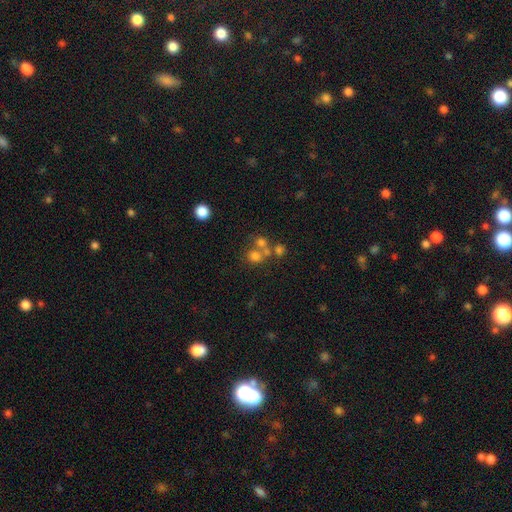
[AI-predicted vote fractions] Smooth or featured?
  - smooth: 65% *
  - star or artifact: 19%
  - featured or disk: 17%
How rounded?
  - round: 77% *
  - in between: 22%
  - cigar-shaped: 1%
Merging?
  - none: 46% *
  - merger: 40%
  - minor disturbance: 8%
  - major disturbance: 6%